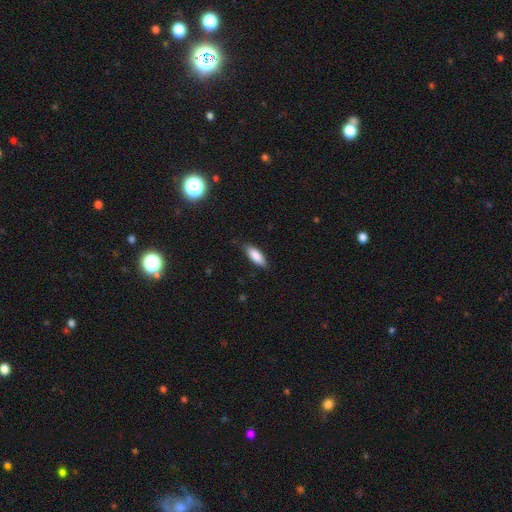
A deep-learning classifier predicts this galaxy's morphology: type=smooth (84%); roundness=in between (68%); merging=none (81%).